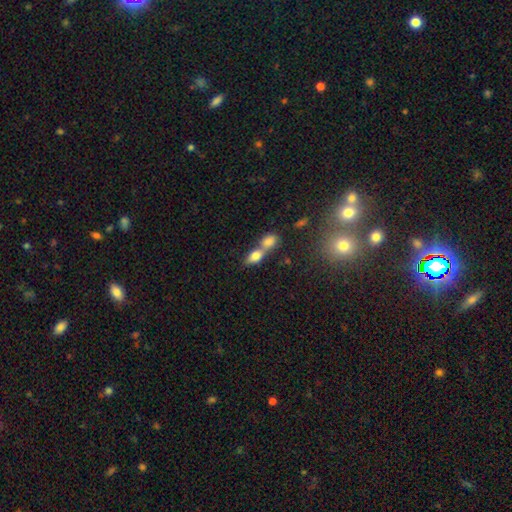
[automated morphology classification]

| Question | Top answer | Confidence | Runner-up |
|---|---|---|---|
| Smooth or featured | smooth | 74% | featured or disk (16%) |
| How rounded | in between | 75% | round (15%) |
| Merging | merger | 68% | none (22%) |